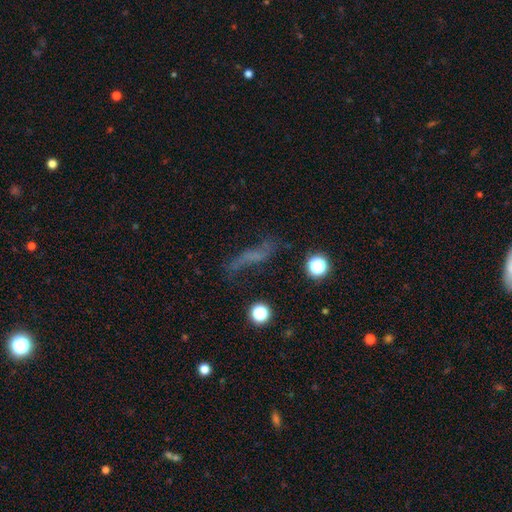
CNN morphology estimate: A featured or disk galaxy (43%).

Vote fractions:
- Smooth or featured? featured or disk: 43% / smooth: 36% / star or artifact: 21%
- Merging? none: 59% / minor disturbance: 21% / major disturbance: 15% / merger: 5%